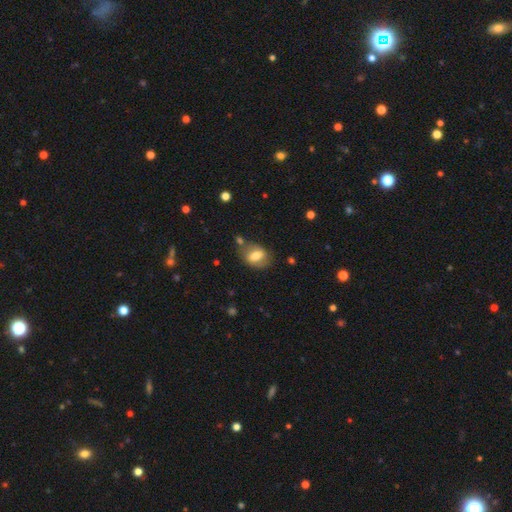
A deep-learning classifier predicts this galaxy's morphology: Smooth or featured: smooth — 64% (featured or disk — 28%)
How rounded: in between — 73% (round — 25%)
Merging: none — 65% (minor disturbance — 19%)